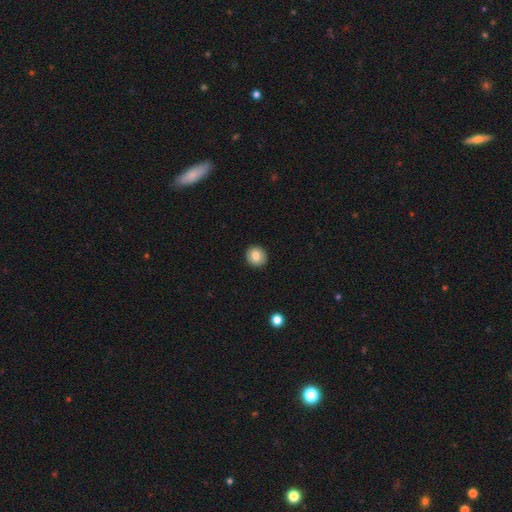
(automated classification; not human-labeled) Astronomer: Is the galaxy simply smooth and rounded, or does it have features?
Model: smooth — 81%.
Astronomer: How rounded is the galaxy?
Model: round — 87%.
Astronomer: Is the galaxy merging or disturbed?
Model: none — 92%.